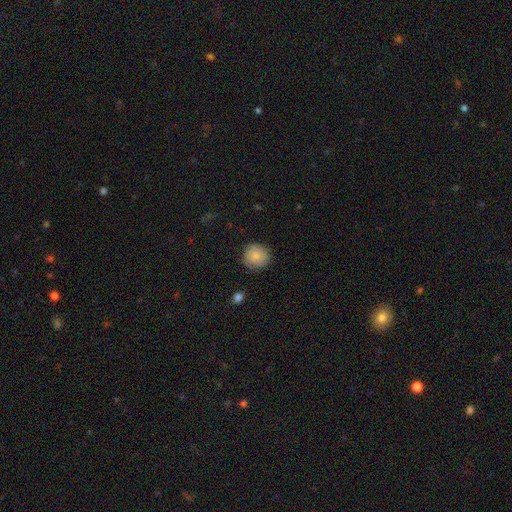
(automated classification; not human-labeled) smooth-or-featured: smooth: 79% | featured or disk: 14% | star or artifact: 7%
  how-rounded: round: 89% | in between: 10% | cigar-shaped: 1%
  merging: none: 83% | minor disturbance: 13% | major disturbance: 3% | merger: 1%